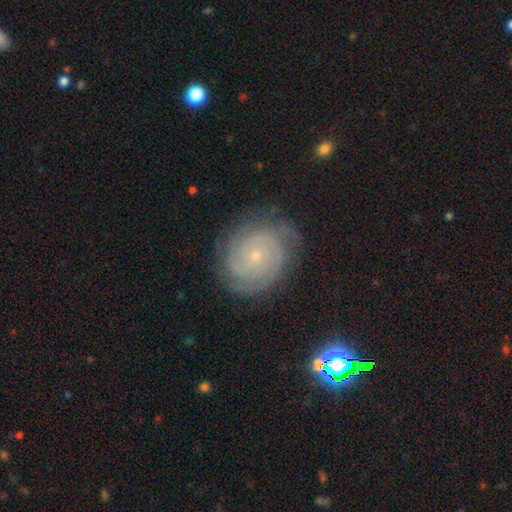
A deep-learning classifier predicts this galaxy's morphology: A featured or disk galaxy (84%) with no bar (80%), 2 (31%) tight (80%) spiral arms (97%) and a small central bulge (85%). Merging: none (80%).